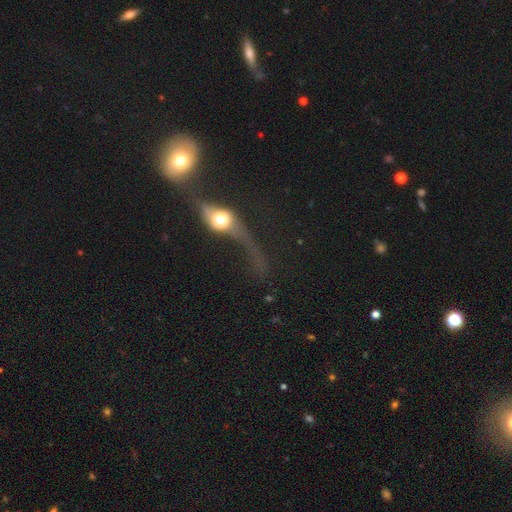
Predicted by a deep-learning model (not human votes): Overall: featured or disk (56%; smooth 28%). Edge-on disk: no (67%; yes 33%). Merging: major disturbance (37%; merger 28%).